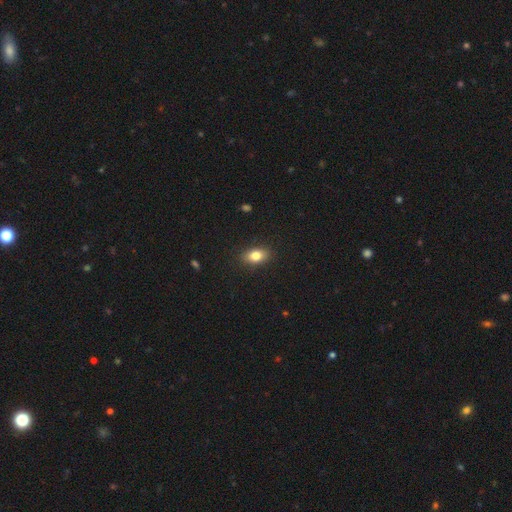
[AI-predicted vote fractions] Smooth or featured? smooth (81%)
How rounded? in between (84%)
Merging? none (88%)